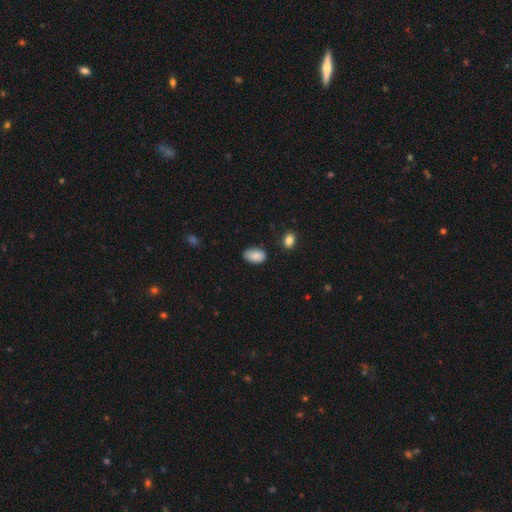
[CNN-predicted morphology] Smooth or featured?
  - smooth: 85% *
  - featured or disk: 8%
  - star or artifact: 7%
How rounded?
  - in between: 93% *
  - round: 6%
  - cigar-shaped: 1%
Merging?
  - none: 74% *
  - minor disturbance: 21%
  - major disturbance: 3%
  - merger: 2%